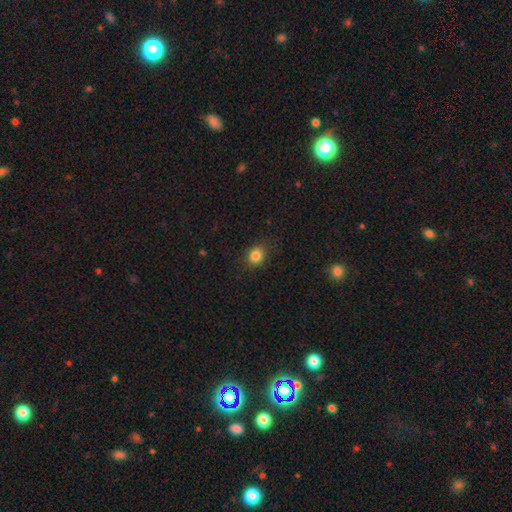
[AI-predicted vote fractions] Smooth or featured? smooth (84%)
How rounded? round (65%)
Merging? none (85%)